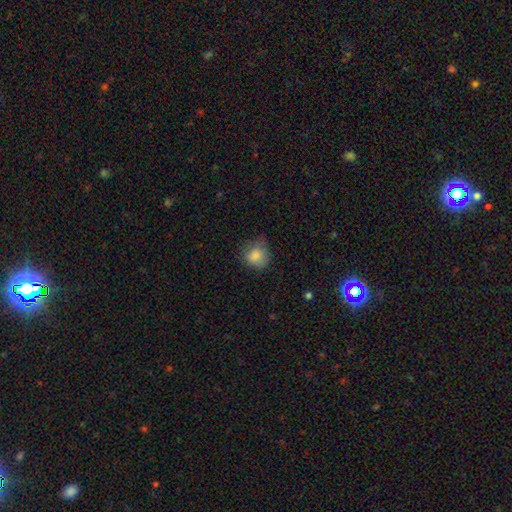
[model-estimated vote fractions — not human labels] This appears to be a smooth galaxy with no disk features (84%) that is round (76%). Merging: none (56%).